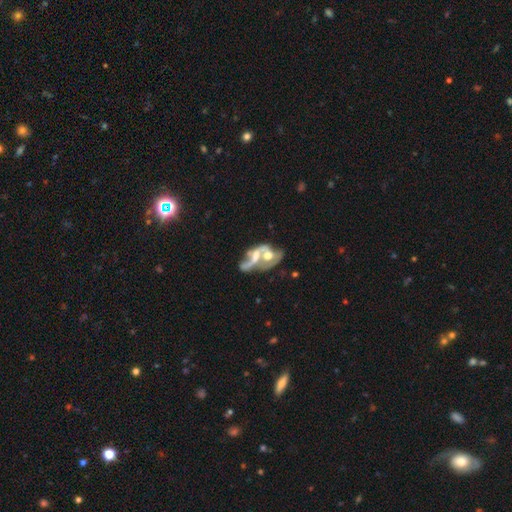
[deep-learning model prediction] Smooth or featured? Predicted: featured or disk (p=0.67). Edge-on disk? Predicted: no (p=0.95). Bar? Predicted: no (p=0.65). Spiral arms? Predicted: yes (p=0.52). Bulge size? Predicted: moderate (p=0.52). Merging? Predicted: merger (p=0.63).